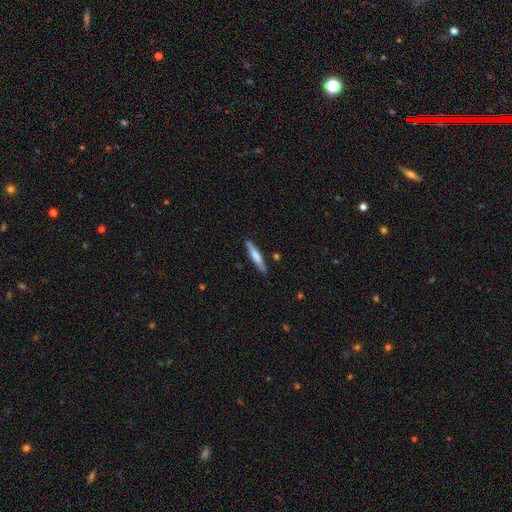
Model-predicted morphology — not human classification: Smooth or featured? Predicted: smooth (p=0.58). How rounded? Predicted: cigar-shaped (p=0.92). Merging? Predicted: none (p=0.88).